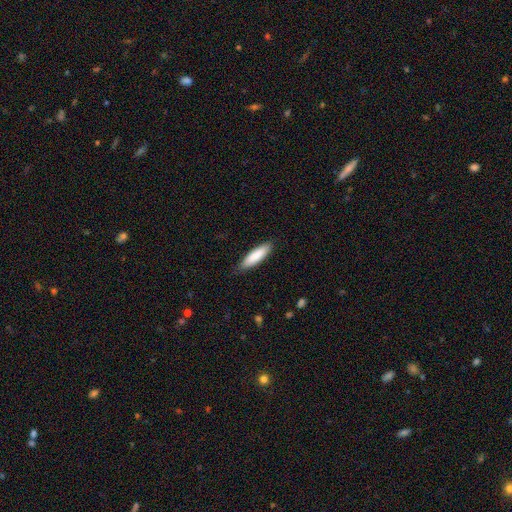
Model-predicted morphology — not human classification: type=smooth (86%); roundness=cigar-shaped (63%); merging=none (84%).